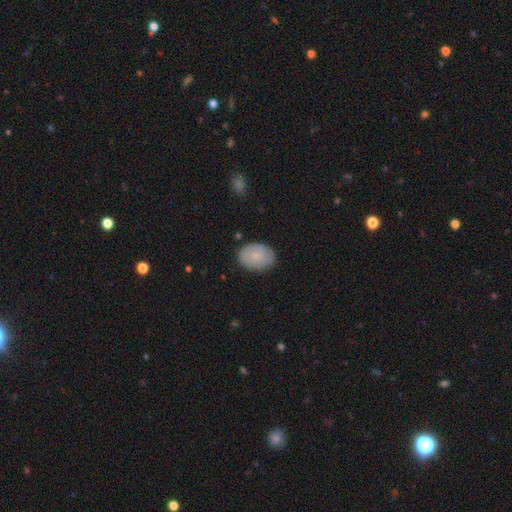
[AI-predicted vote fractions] Smooth or featured? smooth (77%)
How rounded? in between (75%)
Merging? none (83%)